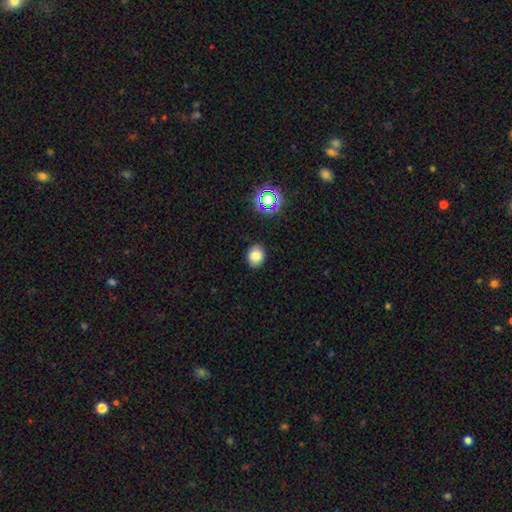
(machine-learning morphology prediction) smooth_or_featured: smooth (p=0.81) [alt: star or artifact p=0.13]
how_rounded: round (p=0.58) [alt: in between p=0.41]
merging: none (p=0.87) [alt: minor disturbance p=0.10]